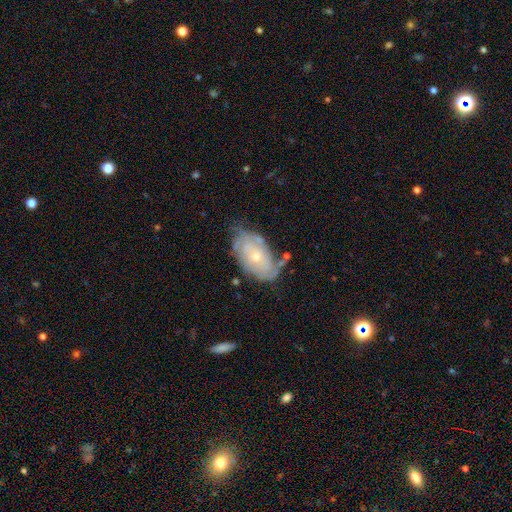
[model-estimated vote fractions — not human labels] smooth-or-featured: featured or disk: 67% | smooth: 26% | star or artifact: 7%
  disk-edge-on: no: 94% | yes: 6%
    bar: no: 80% | weak: 17% | strong: 3%
    has-spiral-arms: yes: 79% | no: 21%
    bulge-size: small: 64% | moderate: 32% | none: 1% | large: 1% | dominant: 1%
  merging: none: 61% | minor disturbance: 27% | major disturbance: 9% | merger: 4%